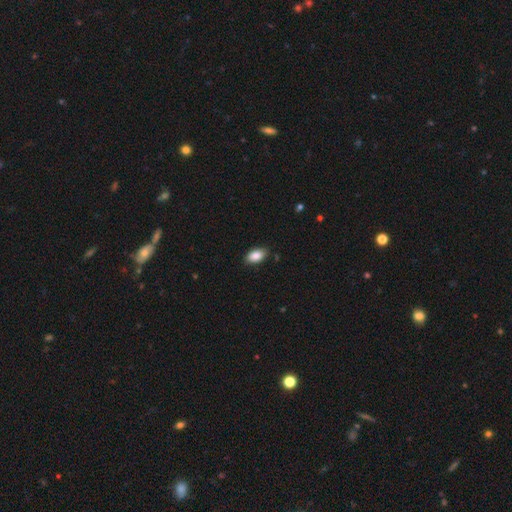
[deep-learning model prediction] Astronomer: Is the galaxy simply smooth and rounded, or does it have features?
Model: smooth — 86%.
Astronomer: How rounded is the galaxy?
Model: in between — 93%.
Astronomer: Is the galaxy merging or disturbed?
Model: none — 87%.